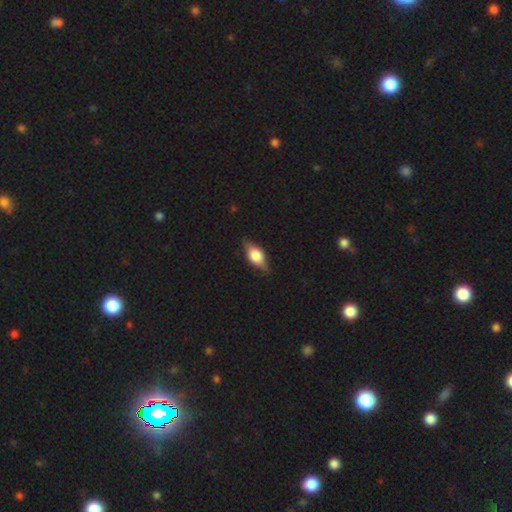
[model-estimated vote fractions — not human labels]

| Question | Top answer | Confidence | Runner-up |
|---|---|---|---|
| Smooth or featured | smooth | 54% | featured or disk (38%) |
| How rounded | in between | 79% | cigar-shaped (13%) |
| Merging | none | 80% | minor disturbance (16%) |